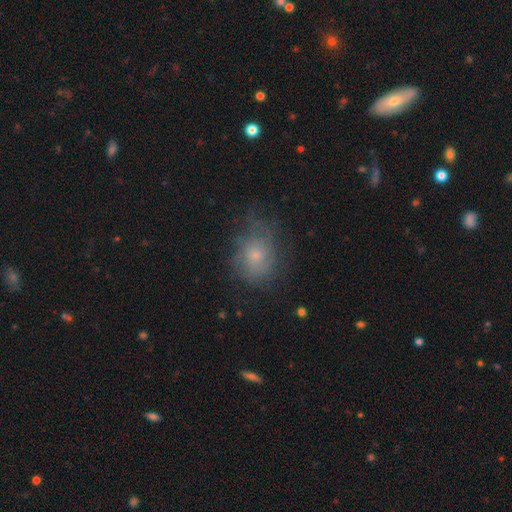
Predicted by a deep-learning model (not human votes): smooth 56%, featured or disk 31%, star or artifact 13%. Down the decision tree: how rounded — round (53%); merging — none (57%).